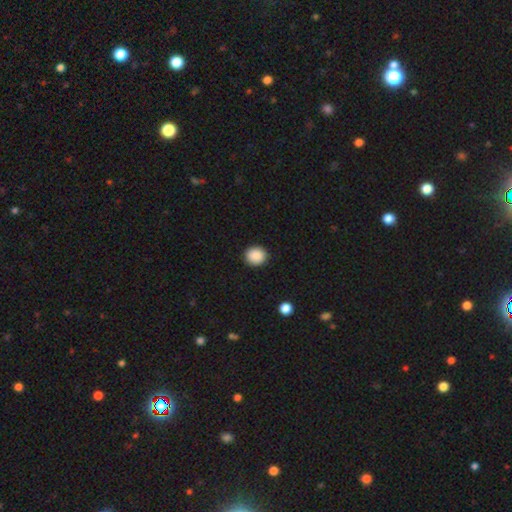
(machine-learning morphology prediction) Overall: smooth (89%). How rounded: round (85%). Merging: none (91%).